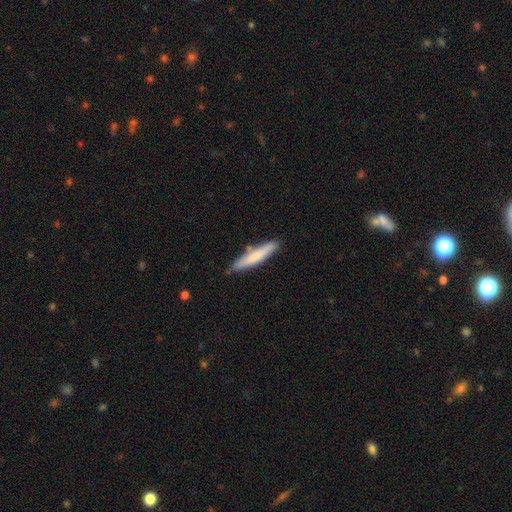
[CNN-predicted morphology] Smooth or featured?
  - smooth: 72% *
  - featured or disk: 22%
  - star or artifact: 5%
How rounded?
  - cigar-shaped: 91% *
  - in between: 8%
  - round: 1%
Merging?
  - none: 82% *
  - minor disturbance: 13%
  - merger: 3%
  - major disturbance: 2%